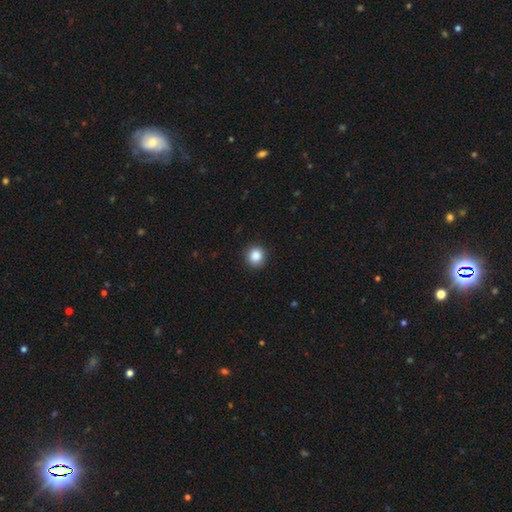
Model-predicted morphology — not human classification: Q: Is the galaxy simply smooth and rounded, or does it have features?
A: smooth — 88%.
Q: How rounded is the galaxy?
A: round — 86%.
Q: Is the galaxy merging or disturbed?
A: none — 90%.